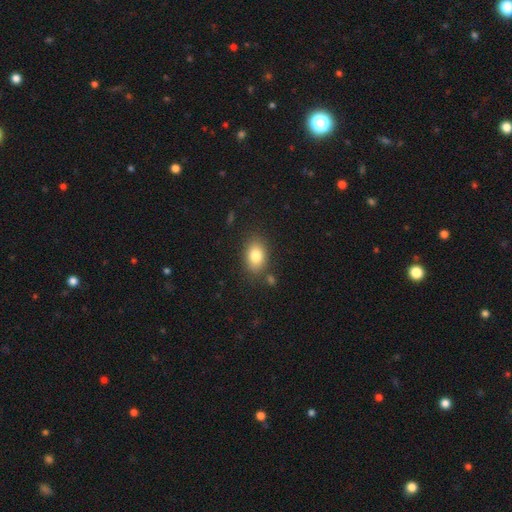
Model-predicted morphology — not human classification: Q: Smooth or featured?
A: smooth (82%); runner-up: featured or disk (10%)
Q: How rounded?
A: in between (83%); runner-up: round (15%)
Q: Merging?
A: none (80%); runner-up: minor disturbance (12%)